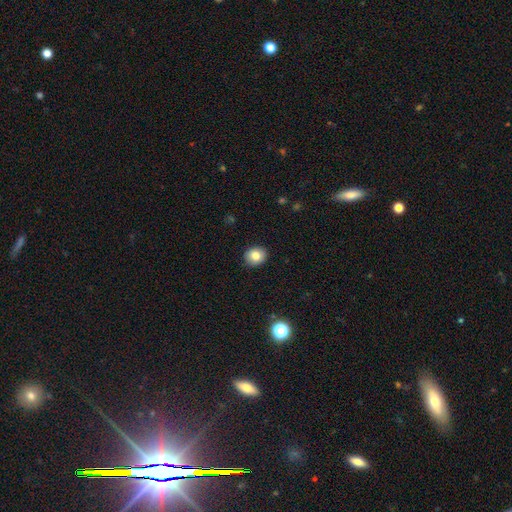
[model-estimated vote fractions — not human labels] Morphology: type=smooth (81%); roundness=round (68%); merging=none (89%).